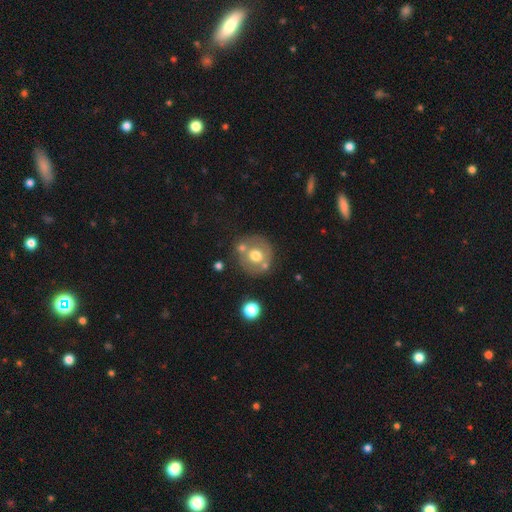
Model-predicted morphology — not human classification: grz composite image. It shows a smooth galaxy with no disk features (58%) that is round (89%). Merging: none (66%).